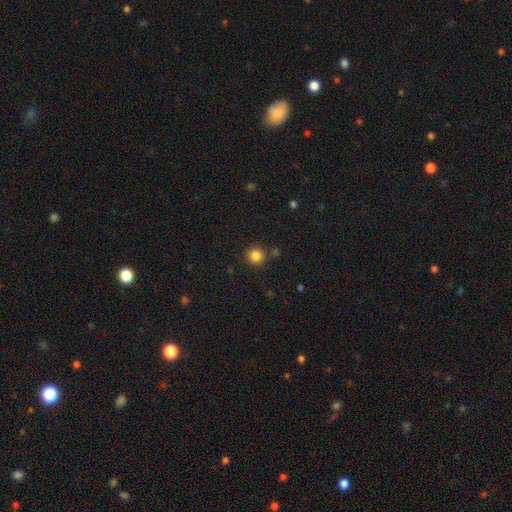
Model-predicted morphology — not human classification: Q: Smooth or featured?
A: smooth (84%); runner-up: star or artifact (12%)
Q: How rounded?
A: round (95%); runner-up: in between (4%)
Q: Merging?
A: none (88%); runner-up: minor disturbance (6%)